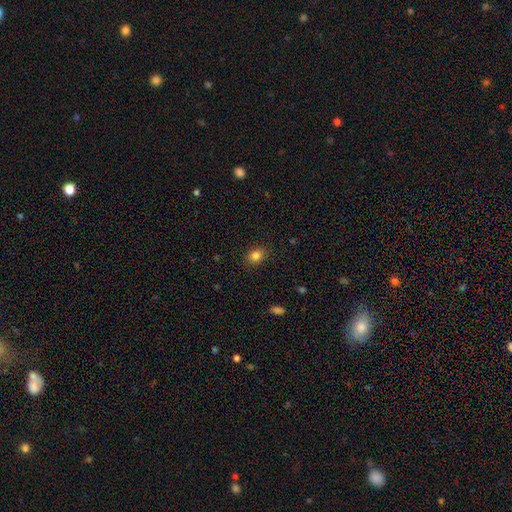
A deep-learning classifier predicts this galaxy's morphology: smooth_or_featured: smooth (p=0.84) [alt: star or artifact p=0.11]
how_rounded: round (p=0.51) [alt: in between p=0.48]
merging: none (p=0.88) [alt: minor disturbance p=0.09]